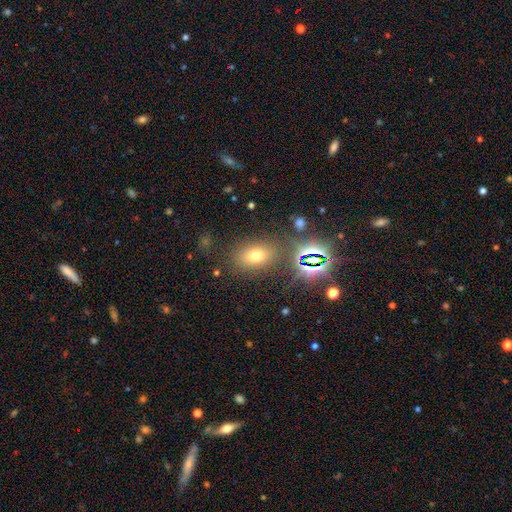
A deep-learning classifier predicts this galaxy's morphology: Overall: smooth (64%). How rounded: in between (72%). Merging: none (78%).